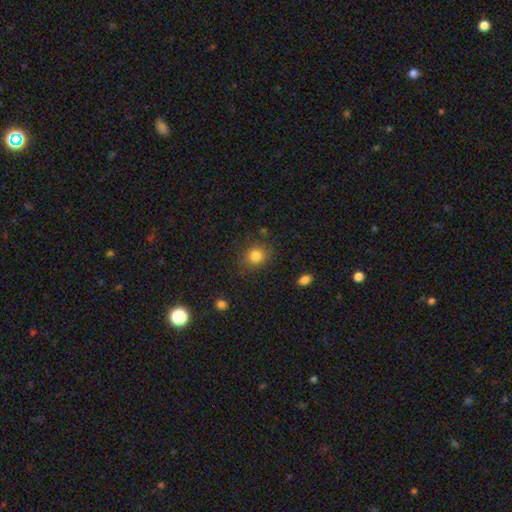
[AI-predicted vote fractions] smooth_or_featured: smooth (p=0.82) [alt: star or artifact p=0.11]
how_rounded: round (p=0.73) [alt: in between p=0.26]
merging: none (p=0.81) [alt: minor disturbance p=0.13]